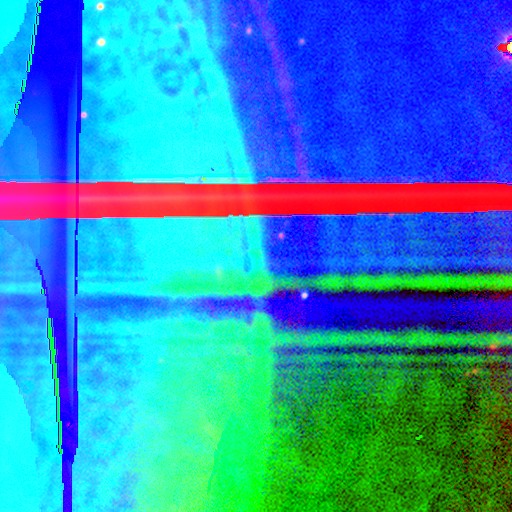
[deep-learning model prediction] Smooth or featured?
  - star or artifact: 84% *
  - featured or disk: 8%
  - smooth: 7%